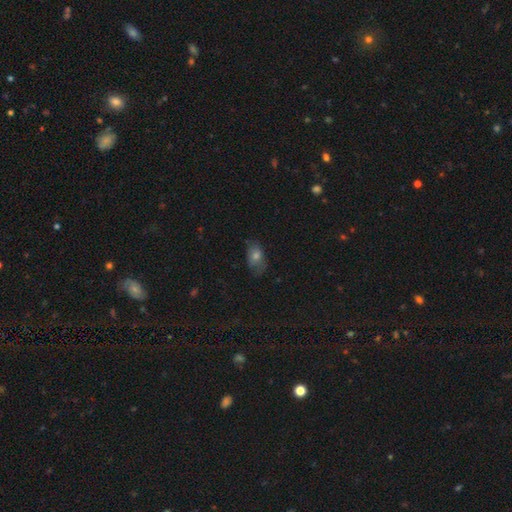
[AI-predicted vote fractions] smooth-or-featured: smooth: 60% | featured or disk: 23% | star or artifact: 17%
  how-rounded: in between: 82% | round: 14% | cigar-shaped: 4%
  merging: none: 63% | minor disturbance: 25% | major disturbance: 10% | merger: 2%